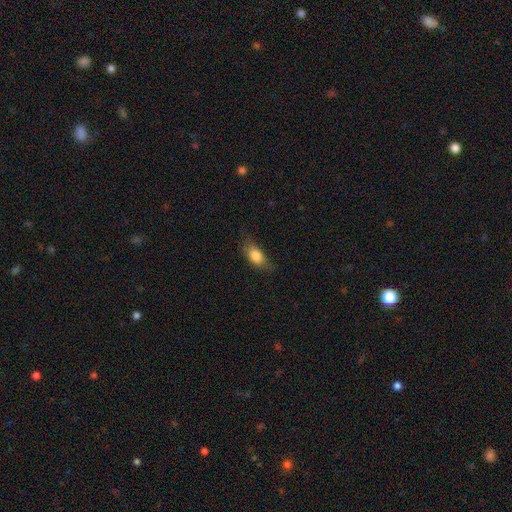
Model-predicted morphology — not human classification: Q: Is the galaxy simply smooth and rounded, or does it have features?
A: smooth — 80%.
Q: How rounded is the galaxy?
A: in between — 80%.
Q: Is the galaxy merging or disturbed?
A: none — 64%.